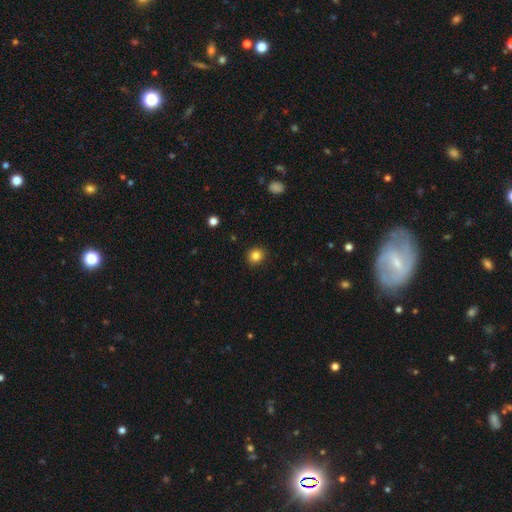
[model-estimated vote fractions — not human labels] smooth_or_featured: smooth (p=0.83) [alt: star or artifact p=0.12]
how_rounded: round (p=0.88) [alt: in between p=0.11]
merging: none (p=0.91) [alt: minor disturbance p=0.06]